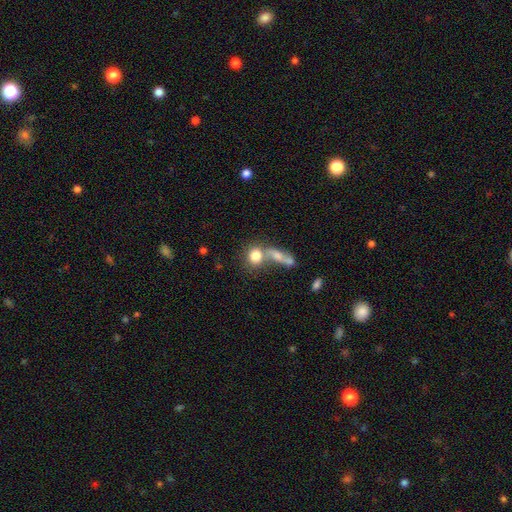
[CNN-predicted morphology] smooth_or_featured: smooth (p=0.77) [alt: featured or disk p=0.13]
how_rounded: round (p=0.66) [alt: in between p=0.30]
merging: merger (p=0.45) [alt: none p=0.39]